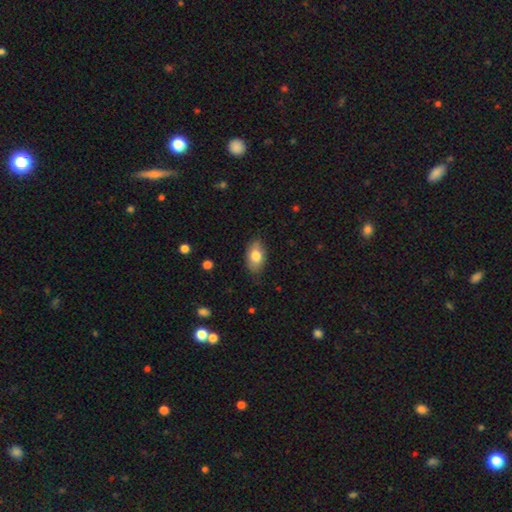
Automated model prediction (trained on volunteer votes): Overall: smooth (78%). How rounded: in between (91%). Merging: none (82%).